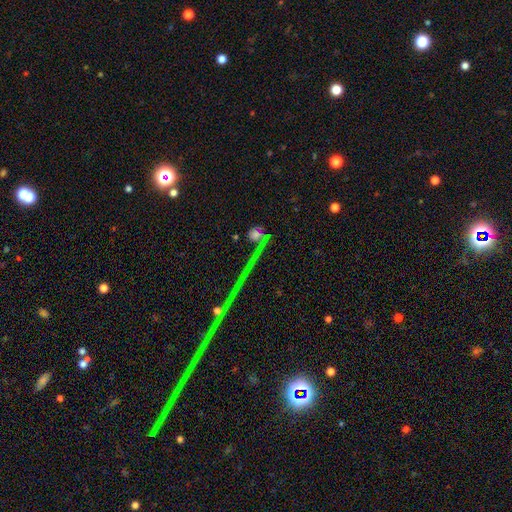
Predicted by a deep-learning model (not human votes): Smooth or featured: star or artifact — 77% (featured or disk — 12%)